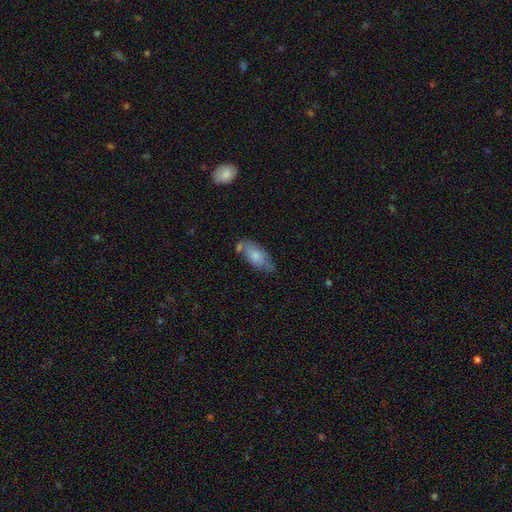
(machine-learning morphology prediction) Smooth or featured: smooth — 70% (featured or disk — 24%)
How rounded: in between — 87% (cigar-shaped — 11%)
Merging: none — 52% (minor disturbance — 27%)